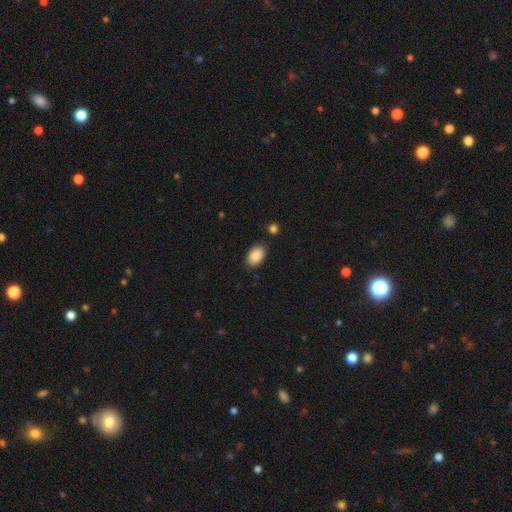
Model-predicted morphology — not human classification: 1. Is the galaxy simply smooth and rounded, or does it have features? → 88% smooth, 7% star or artifact, 5% featured or disk.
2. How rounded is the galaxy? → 92% in between, 7% round, 1% cigar-shaped.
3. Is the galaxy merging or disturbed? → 84% none, 11% minor disturbance, 3% merger, 3% major disturbance.